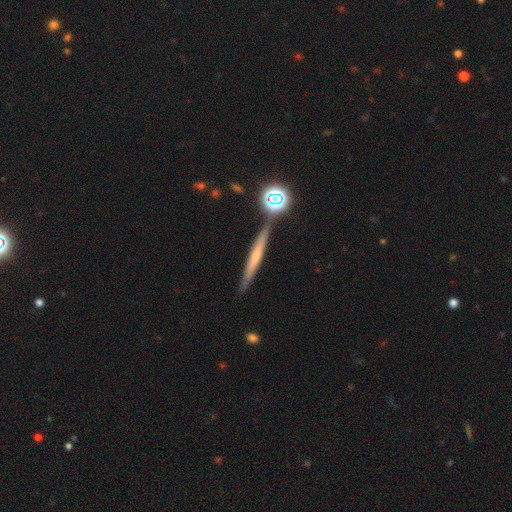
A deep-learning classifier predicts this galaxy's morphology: featured or disk 48%, smooth 40%, star or artifact 12%. Down the decision tree: merging — none (84%).